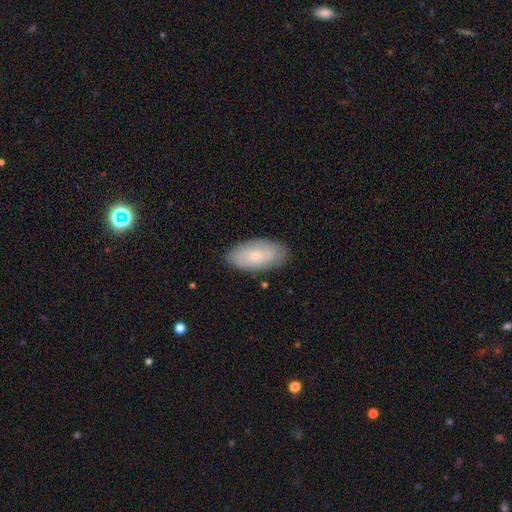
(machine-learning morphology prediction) Smooth or featured? Predicted: smooth (p=0.51). How rounded? Predicted: in between (p=0.93). Merging? Predicted: none (p=0.82).